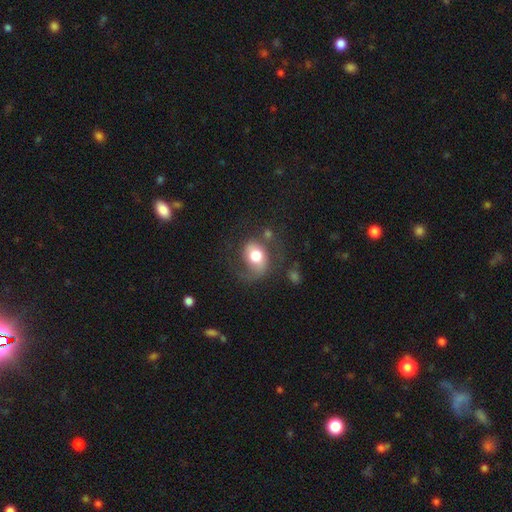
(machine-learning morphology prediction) Smooth or featured? smooth (53%)
How rounded? in between (58%)
Merging? none (43%)